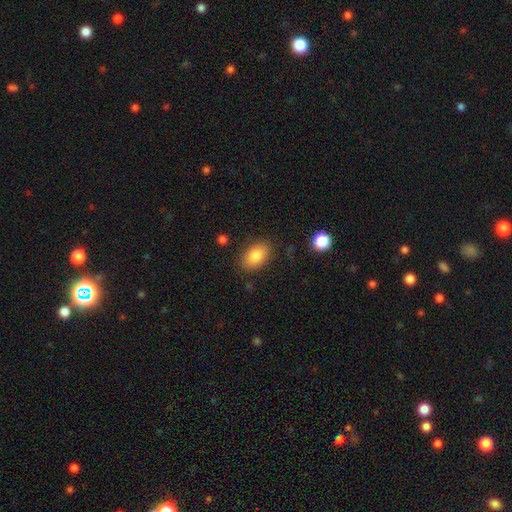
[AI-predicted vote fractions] smooth-or-featured: smooth: 85% | star or artifact: 8% | featured or disk: 8%
  how-rounded: in between: 89% | round: 9% | cigar-shaped: 2%
  merging: none: 83% | minor disturbance: 12% | major disturbance: 3% | merger: 2%